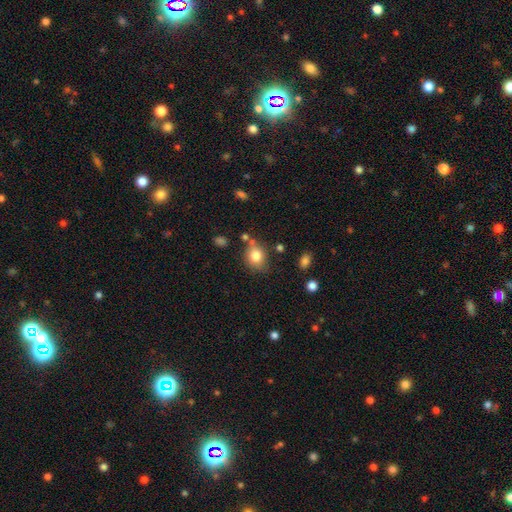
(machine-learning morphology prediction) The model was most divided on "how rounded": round: 52%, in between: 47%, cigar-shaped: 1%. More confident: smooth or featured — smooth (80%); merging — none (66%).